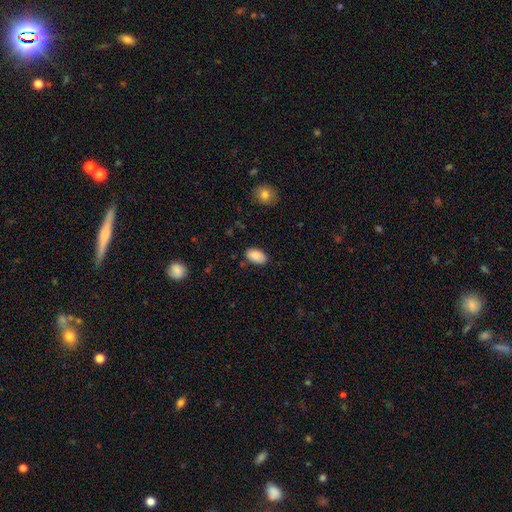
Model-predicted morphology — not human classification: This is clearly a smooth galaxy (87%). How rounded: clearly in between (94%). Merging: clearly none (82%).